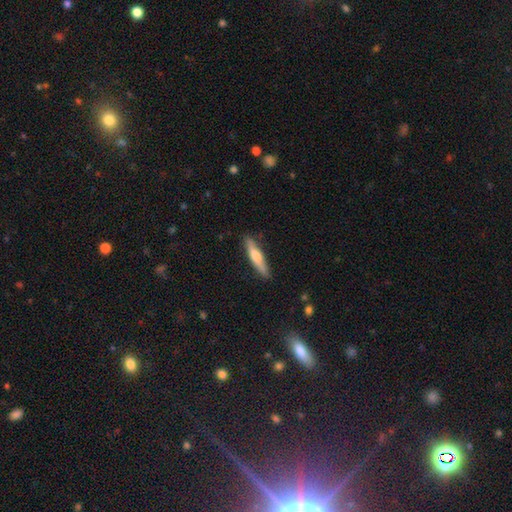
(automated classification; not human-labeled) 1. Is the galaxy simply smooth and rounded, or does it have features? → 54% smooth, 40% featured or disk, 6% star or artifact.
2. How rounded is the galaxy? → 87% cigar-shaped, 12% in between, 2% round.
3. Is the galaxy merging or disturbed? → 86% none, 10% minor disturbance, 2% major disturbance, 1% merger.